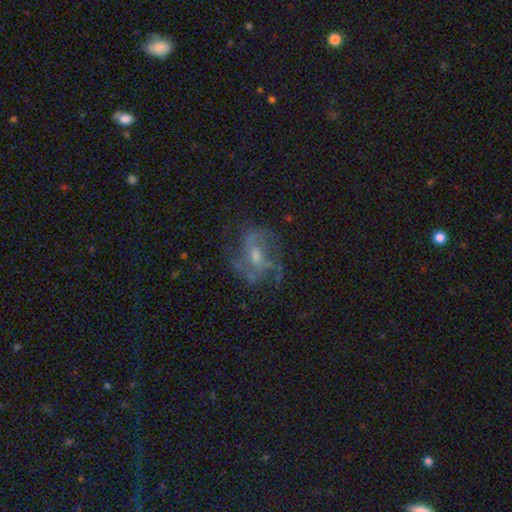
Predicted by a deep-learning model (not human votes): smooth_or_featured: featured or disk (p=0.72) [alt: star or artifact p=0.15]
disk_edge_on: no (p=0.96) [alt: yes p=0.04]
bar: weak (p=0.44) [alt: no p=0.42]
has_spiral_arms: yes (p=0.87) [alt: no p=0.13]
spiral_winding: medium (p=0.49) [alt: loose p=0.29]
spiral_arm_count: 2 (p=0.36) [alt: 3 p=0.24]
bulge_size: moderate (p=0.50) [alt: small p=0.42]
merging: none (p=0.67) [alt: minor disturbance p=0.17]